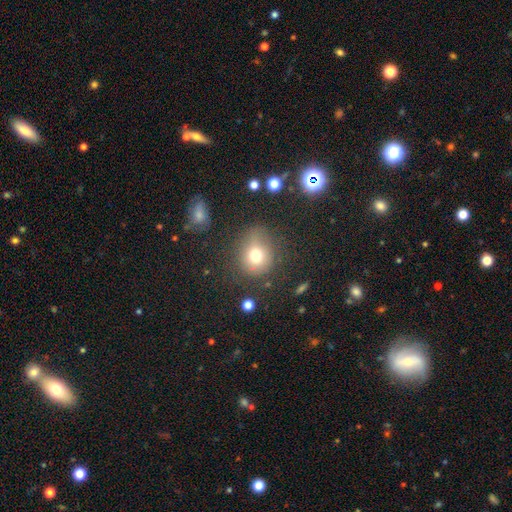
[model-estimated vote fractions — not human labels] Smooth or featured?
  - smooth: 74% *
  - star or artifact: 13%
  - featured or disk: 13%
How rounded?
  - round: 74% *
  - in between: 25%
  - cigar-shaped: 1%
Merging?
  - none: 69% *
  - minor disturbance: 19%
  - major disturbance: 9%
  - merger: 3%